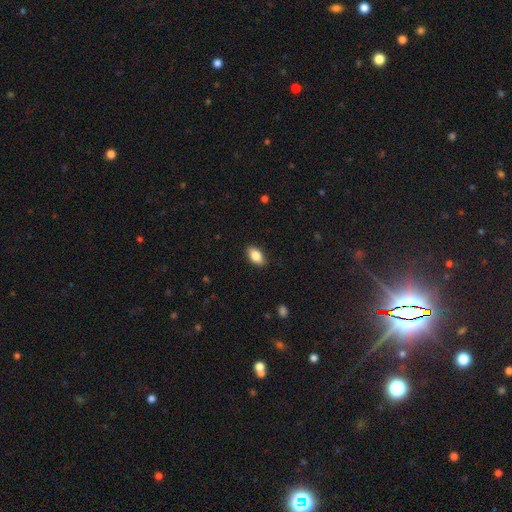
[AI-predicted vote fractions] Overall: smooth (83%). How rounded: in between (89%). Merging: none (87%).